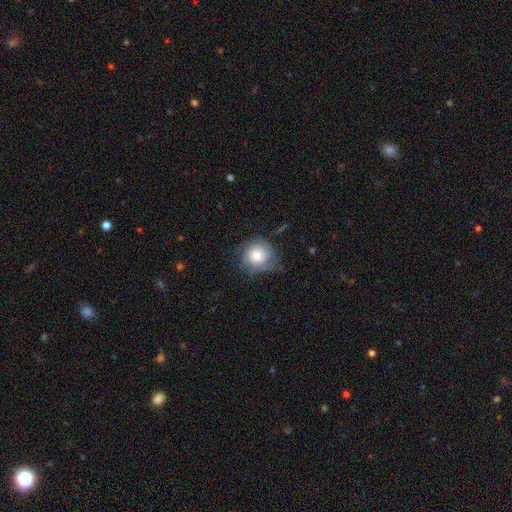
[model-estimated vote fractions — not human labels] Smooth or featured?
  - smooth: 58% *
  - featured or disk: 33%
  - star or artifact: 9%
How rounded?
  - round: 87% *
  - in between: 12%
  - cigar-shaped: 1%
Merging?
  - none: 61% *
  - minor disturbance: 26%
  - major disturbance: 11%
  - merger: 2%